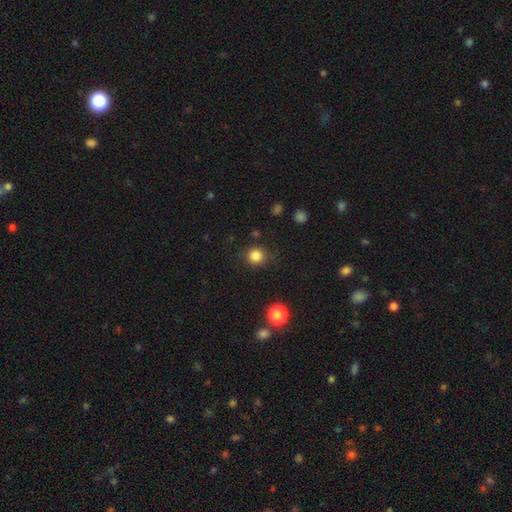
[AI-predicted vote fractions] smooth 84%, star or artifact 12%, featured or disk 4%. Down the decision tree: how rounded — round (91%); merging — none (85%).